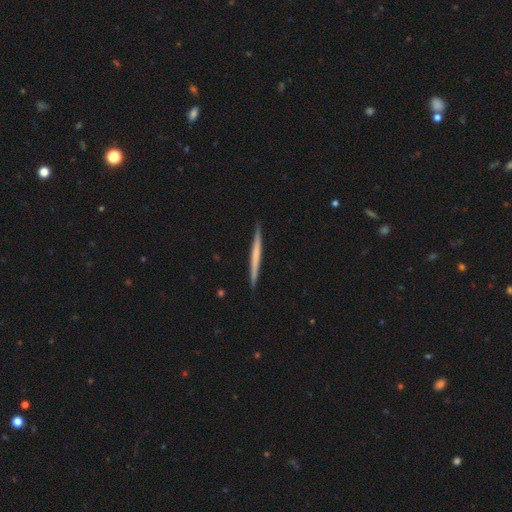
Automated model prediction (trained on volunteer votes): Morphology: type=featured or disk (50%); edge-on=yes (98%); merging=none (91%).